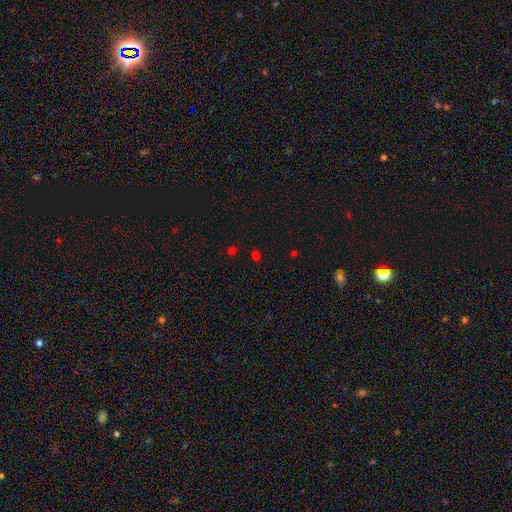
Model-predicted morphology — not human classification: Overall: smooth (61%; star or artifact 34%). How rounded: round (58%; in between 41%). Merging: none (82%).